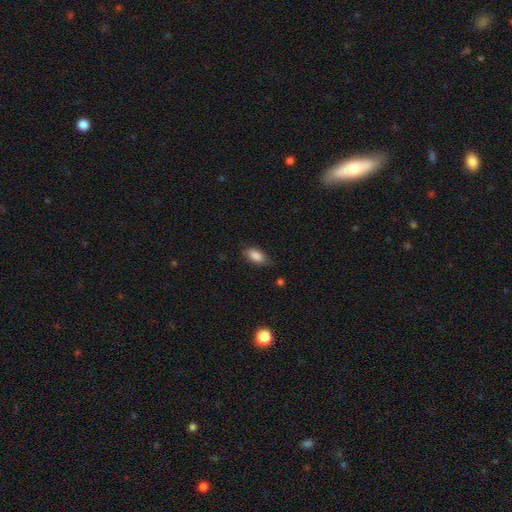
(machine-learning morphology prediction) Smooth or featured? Predicted: smooth (p=0.85). How rounded? Predicted: in between (p=0.90). Merging? Predicted: none (p=0.73).